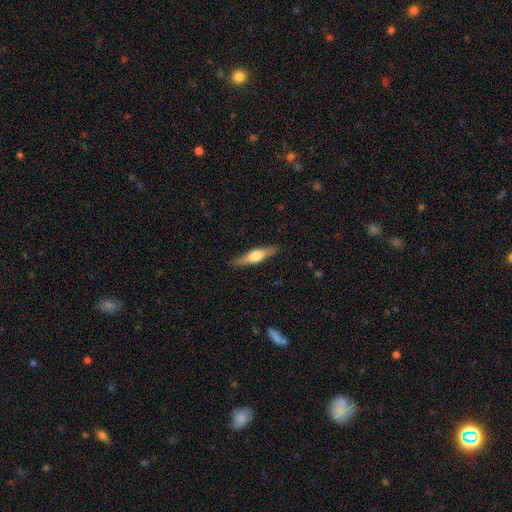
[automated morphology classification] Smooth or featured? featured or disk (54%)
Edge-on disk? yes (95%)
Edge-on bulge? rounded (92%)
Merging? none (89%)